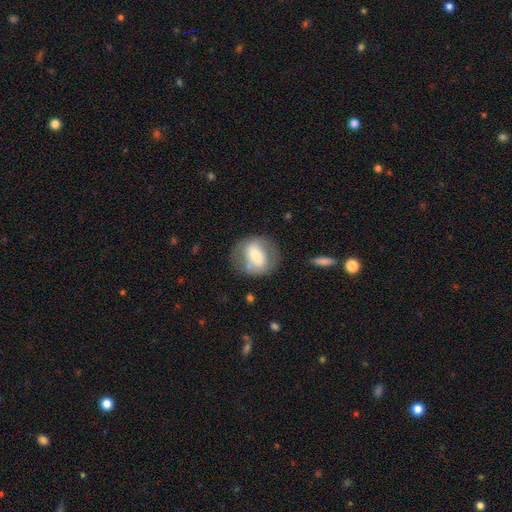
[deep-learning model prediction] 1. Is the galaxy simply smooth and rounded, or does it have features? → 54% smooth, 39% featured or disk, 7% star or artifact.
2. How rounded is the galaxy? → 53% round, 45% in between, 2% cigar-shaped.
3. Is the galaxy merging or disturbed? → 65% none, 19% minor disturbance, 11% major disturbance, 5% merger.